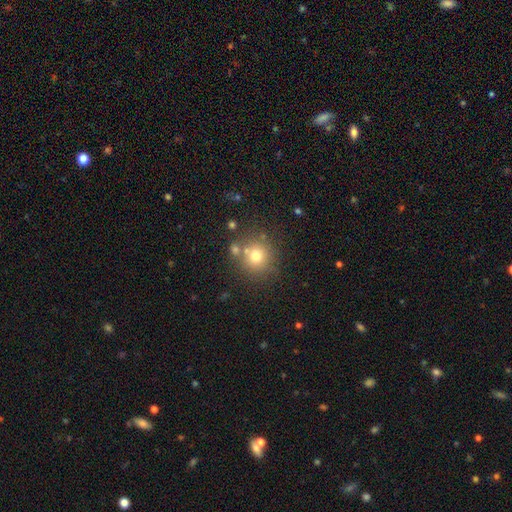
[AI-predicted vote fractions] Smooth or featured?
  - smooth: 73% *
  - star or artifact: 15%
  - featured or disk: 12%
How rounded?
  - round: 91% *
  - in between: 8%
  - cigar-shaped: 1%
Merging?
  - none: 71% *
  - merger: 14%
  - minor disturbance: 11%
  - major disturbance: 4%